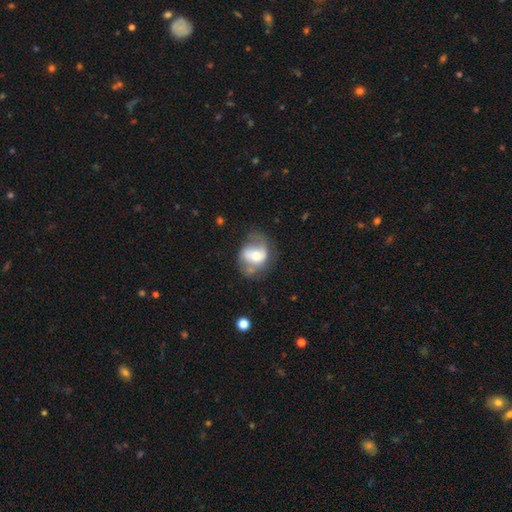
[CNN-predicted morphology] A featured or disk galaxy (50%).

Vote fractions:
- Smooth or featured? featured or disk: 50% / smooth: 42% / star or artifact: 8%
- Edge-on disk? no: 96% / yes: 4%
- Merging? none: 42% / minor disturbance: 28% / major disturbance: 23% / merger: 6%